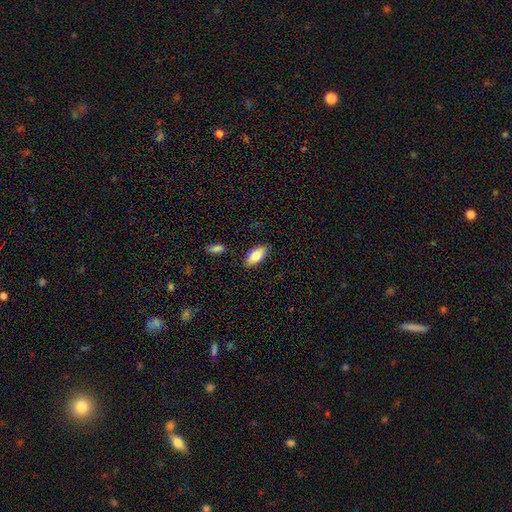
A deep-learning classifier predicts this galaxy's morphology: This appears to be a smooth galaxy with no disk features (80%) that is in between round and cigar-shaped (91%). Merging: none (84%).